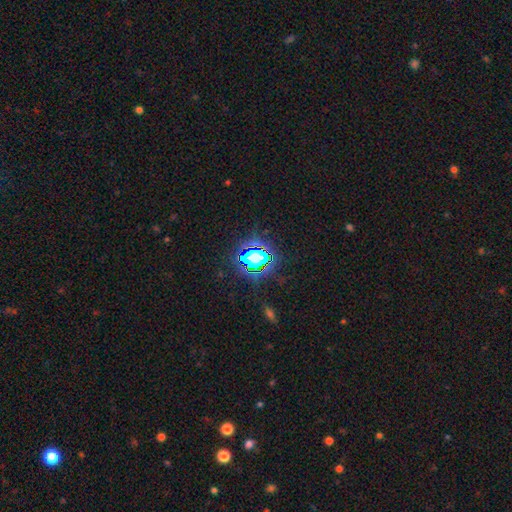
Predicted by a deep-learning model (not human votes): Q: Smooth or featured?
A: star or artifact (72%); runner-up: smooth (19%)